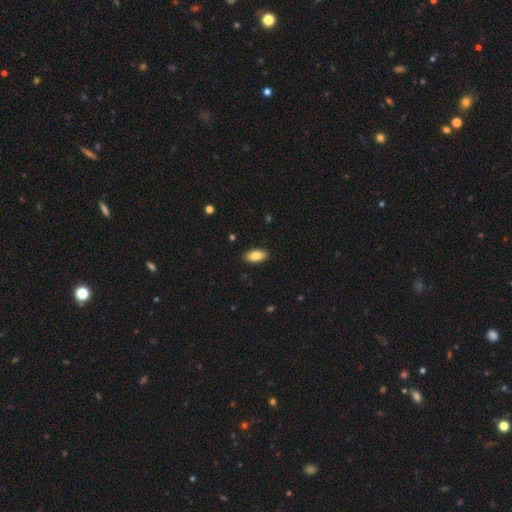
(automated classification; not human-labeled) The model was most divided on "smooth or featured": smooth: 84%, featured or disk: 9%, star or artifact: 7%. More confident: how rounded — in between (92%); merging — none (90%).